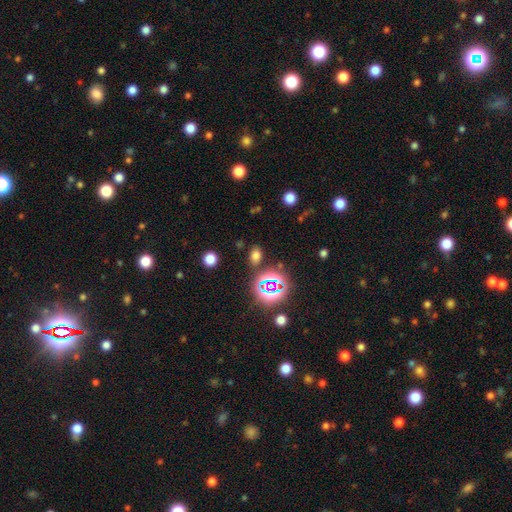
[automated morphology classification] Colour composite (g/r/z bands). It shows a smooth galaxy with no disk features (62%) that is in between round and cigar-shaped (77%). Merging: none (82%).